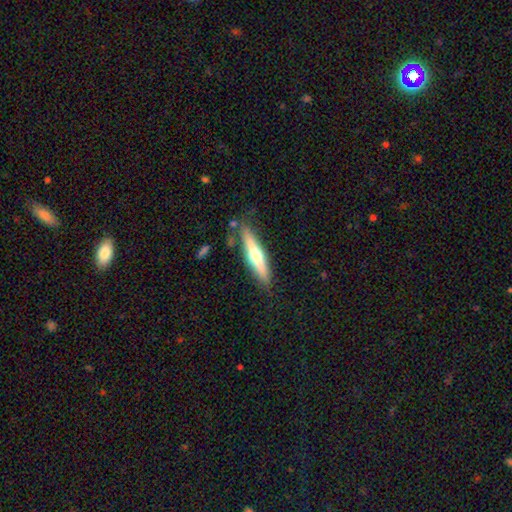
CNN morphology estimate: A featured or disk galaxy (57%) viewed edge-on (94%) with a rounded central bulge (91%). Merging: none (82%).